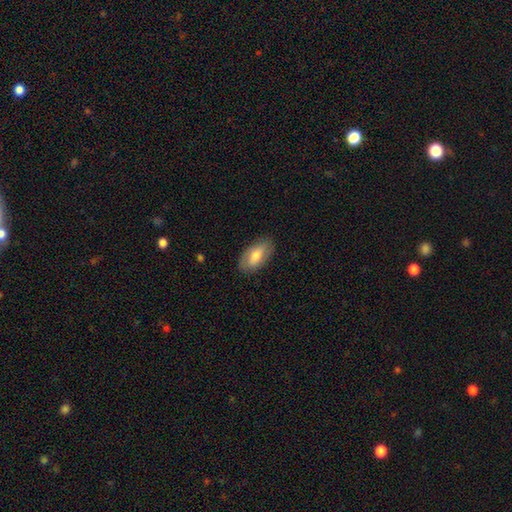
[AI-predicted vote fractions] Smooth or featured?
  - smooth: 72% *
  - featured or disk: 22%
  - star or artifact: 6%
How rounded?
  - in between: 92% *
  - cigar-shaped: 5%
  - round: 3%
Merging?
  - none: 85% *
  - minor disturbance: 12%
  - major disturbance: 3%
  - merger: 1%